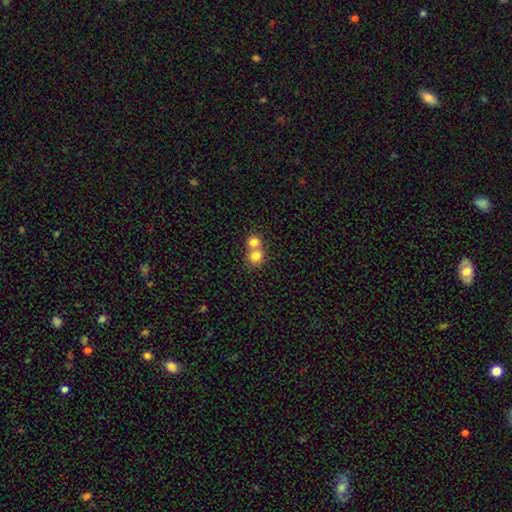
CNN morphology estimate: smooth 79%, featured or disk 11%, star or artifact 10%. Down the decision tree: how rounded — round (81%); merging — merger (61%).